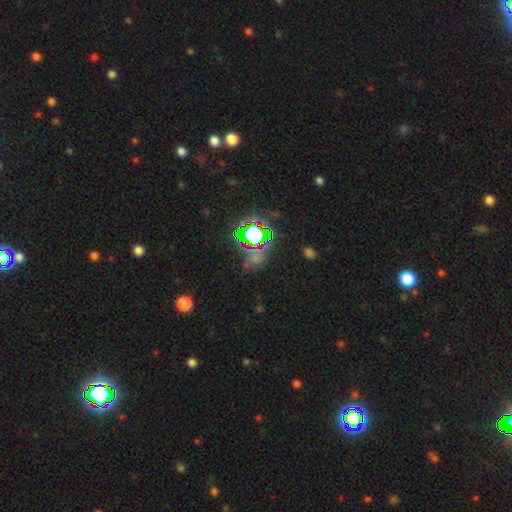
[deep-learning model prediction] Smooth or featured? star or artifact (66%)